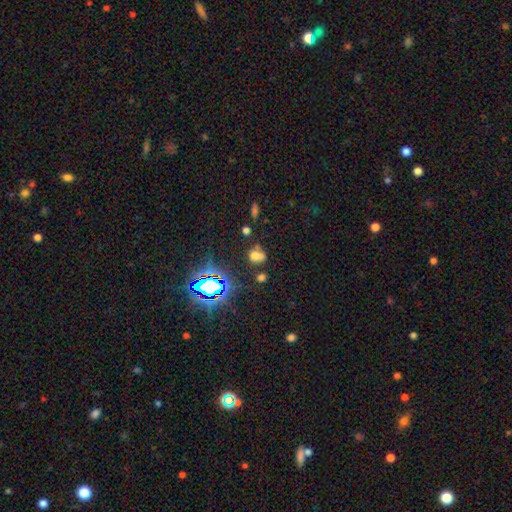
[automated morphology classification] A smooth galaxy with no disk features (56%) that is round (64%). Merging: none (42%).